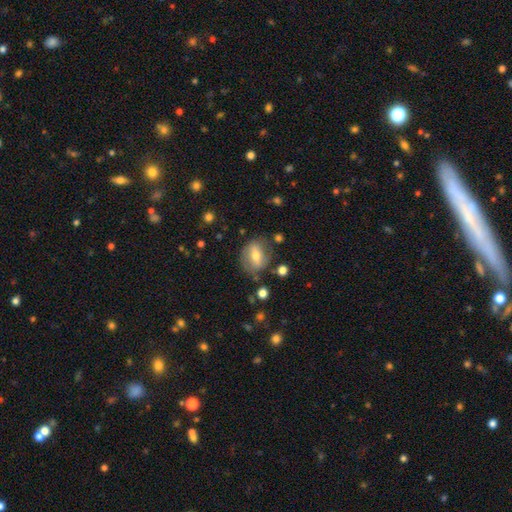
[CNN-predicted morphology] A smooth galaxy with no disk features (49%).

Vote fractions:
- Smooth or featured? smooth: 49% / featured or disk: 43% / star or artifact: 8%
- Merging? none: 73% / minor disturbance: 17% / major disturbance: 7% / merger: 3%